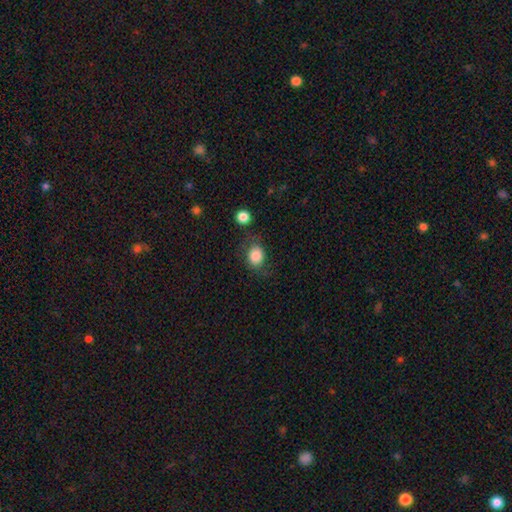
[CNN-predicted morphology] smooth-or-featured: smooth: 84% | star or artifact: 9% | featured or disk: 7%
  how-rounded: round: 56% | in between: 43% | cigar-shaped: 1%
  merging: none: 70% | minor disturbance: 18% | major disturbance: 8% | merger: 4%